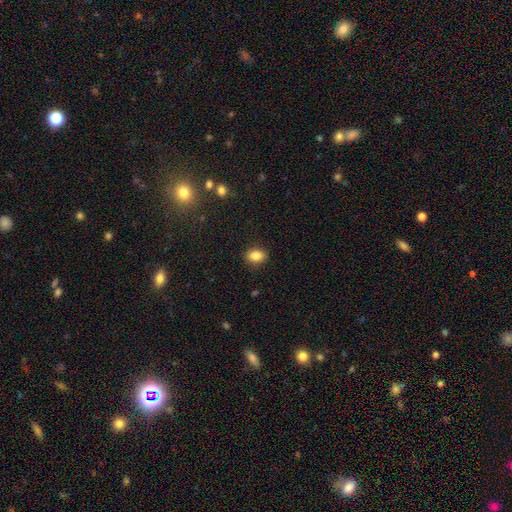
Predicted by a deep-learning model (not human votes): Smooth or featured: smooth — 85% (star or artifact — 10%)
How rounded: in between — 70% (round — 29%)
Merging: none — 88% (minor disturbance — 9%)